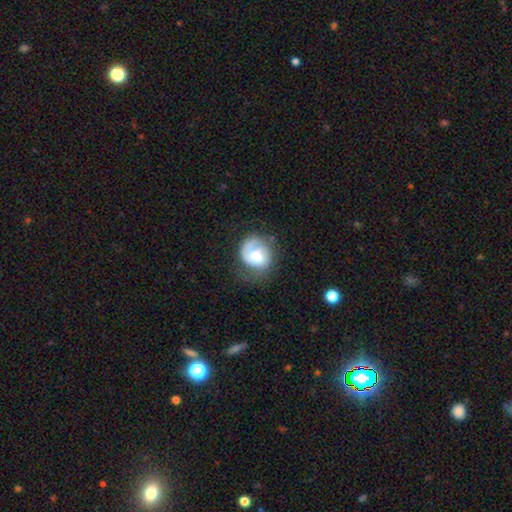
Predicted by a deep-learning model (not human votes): Smooth or featured?
  - featured or disk: 47% *
  - smooth: 45%
  - star or artifact: 7%
Merging?
  - none: 51% *
  - minor disturbance: 27%
  - major disturbance: 19%
  - merger: 2%